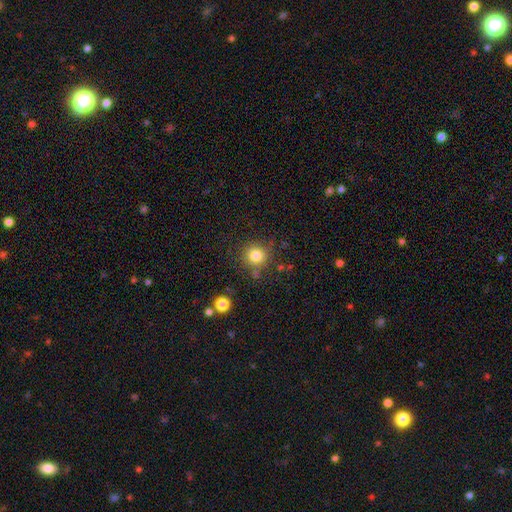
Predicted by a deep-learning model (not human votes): Smooth or featured?
  - smooth: 81% *
  - star or artifact: 12%
  - featured or disk: 7%
How rounded?
  - round: 91% *
  - in between: 8%
  - cigar-shaped: 1%
Merging?
  - none: 80% *
  - minor disturbance: 11%
  - merger: 5%
  - major disturbance: 4%